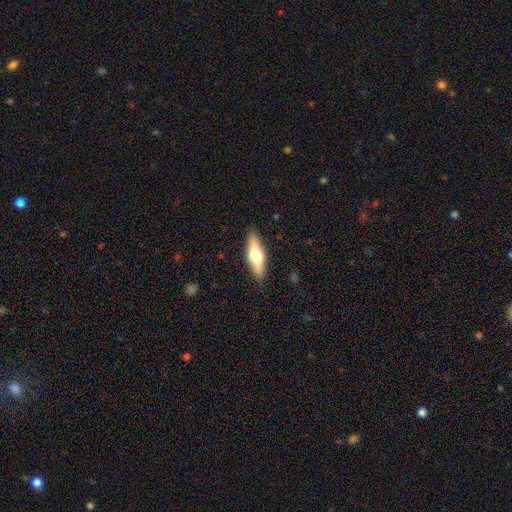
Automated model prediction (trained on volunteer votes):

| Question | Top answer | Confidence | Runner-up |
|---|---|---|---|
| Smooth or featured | smooth | 50% | featured or disk (45%) |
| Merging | none | 88% | minor disturbance (9%) |